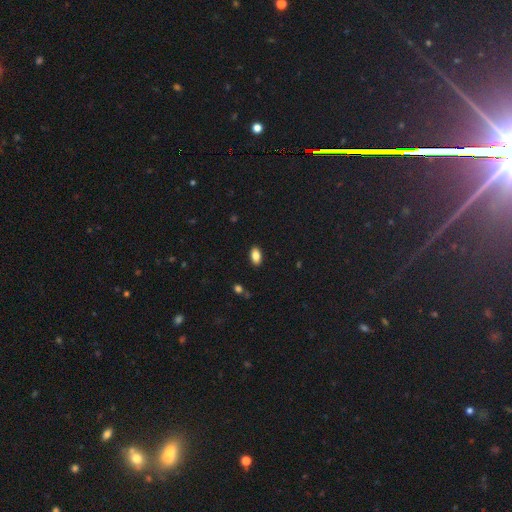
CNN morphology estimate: Q: Smooth or featured?
A: smooth (84%); runner-up: star or artifact (8%)
Q: How rounded?
A: in between (92%); runner-up: round (4%)
Q: Merging?
A: none (89%); runner-up: minor disturbance (8%)